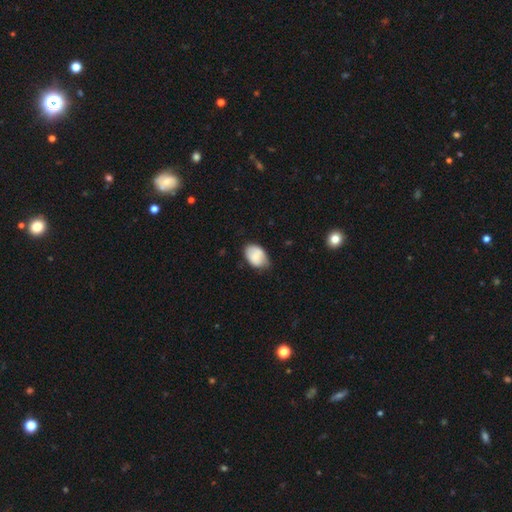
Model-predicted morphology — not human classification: Smooth or featured? Predicted: smooth (p=0.77). How rounded? Predicted: in between (p=0.85). Merging? Predicted: none (p=0.63).